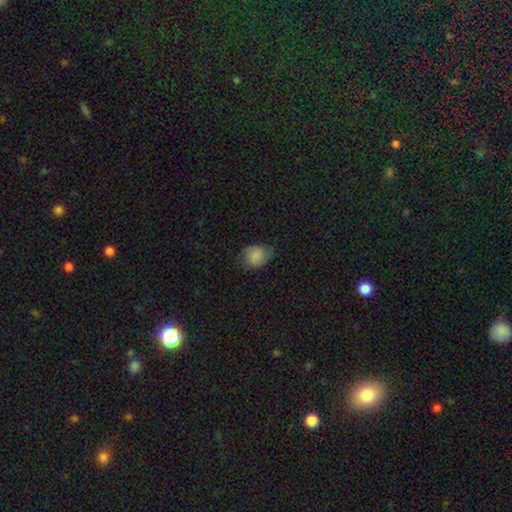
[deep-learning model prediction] A smooth galaxy with no disk features (80%) that is in between round and cigar-shaped (54%).

Vote fractions:
- Smooth or featured? smooth: 80% / featured or disk: 12% / star or artifact: 8%
- How rounded? in between: 54% / round: 45% / cigar-shaped: 1%
- Merging? none: 61% / minor disturbance: 30% / major disturbance: 8% / merger: 1%